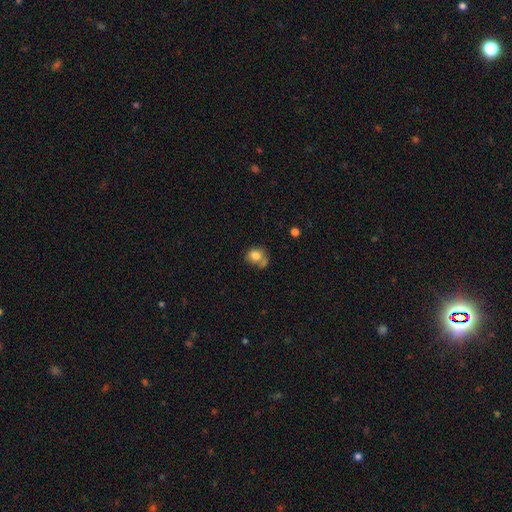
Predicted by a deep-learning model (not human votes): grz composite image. It shows a smooth galaxy with no disk features (79%) that is round (66%). Merging: none (44%).